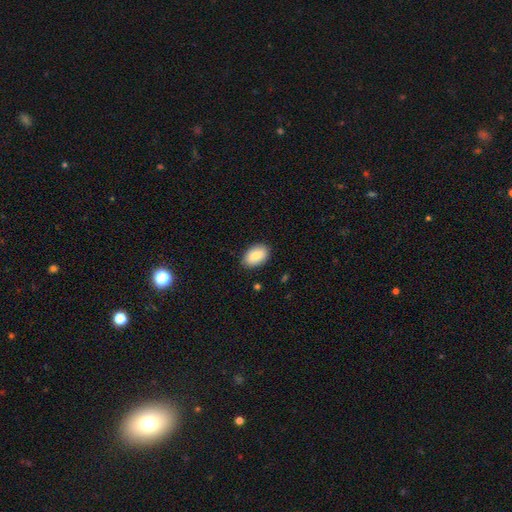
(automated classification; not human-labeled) smooth 85%, featured or disk 9%, star or artifact 7%. Down the decision tree: how rounded — in between (92%); merging — none (87%).